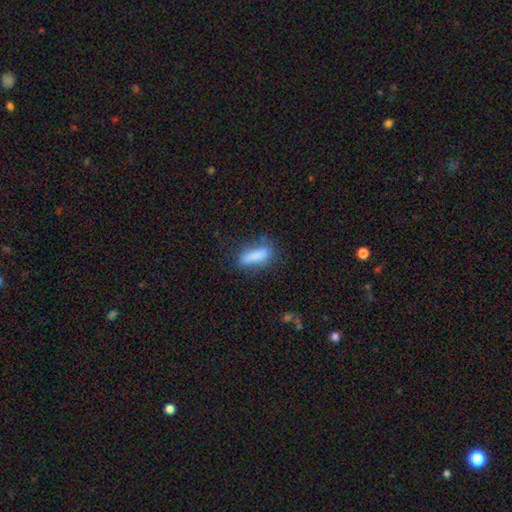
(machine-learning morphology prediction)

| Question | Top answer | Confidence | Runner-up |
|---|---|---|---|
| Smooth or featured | smooth | 78% | featured or disk (14%) |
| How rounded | cigar-shaped | 53% | in between (45%) |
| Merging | none | 65% | minor disturbance (22%) |